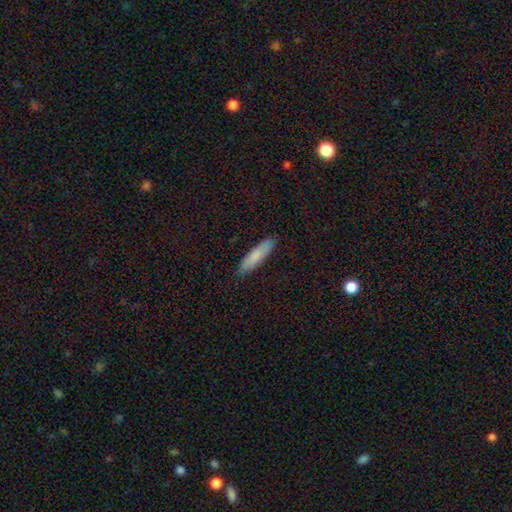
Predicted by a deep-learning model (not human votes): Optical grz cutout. It shows a smooth galaxy with no disk features (82%) that is cigar-shaped (77%). Merging: none (89%).